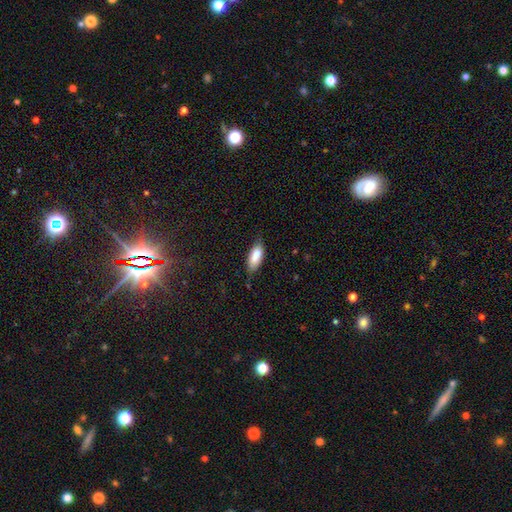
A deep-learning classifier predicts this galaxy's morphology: Smooth or featured?
  - smooth: 84% *
  - featured or disk: 10%
  - star or artifact: 6%
How rounded?
  - in between: 81% *
  - cigar-shaped: 17%
  - round: 2%
Merging?
  - none: 67% *
  - minor disturbance: 26%
  - major disturbance: 5%
  - merger: 2%